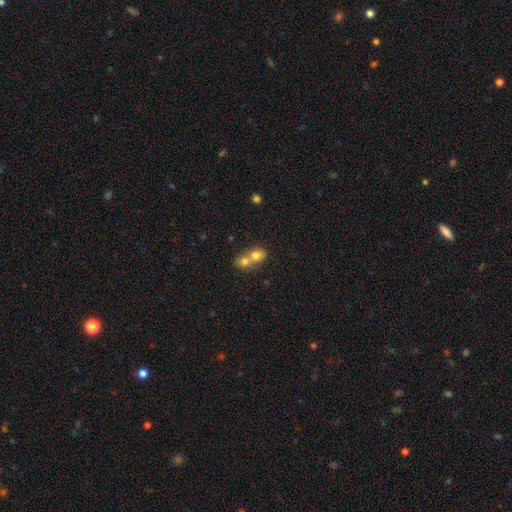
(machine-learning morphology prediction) Overall: smooth (74%). How rounded: round (63%; in between 36%). Merging: merger (73%).